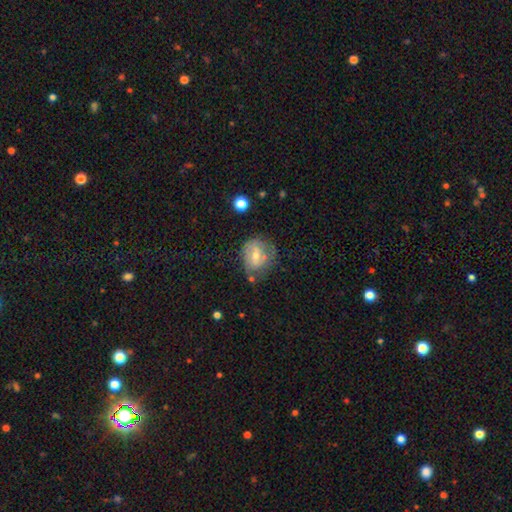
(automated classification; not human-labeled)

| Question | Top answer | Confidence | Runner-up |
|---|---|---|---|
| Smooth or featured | featured or disk | 51% | smooth (40%) |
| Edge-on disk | no | 96% | yes (4%) |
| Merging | none | 44% | minor disturbance (29%) |